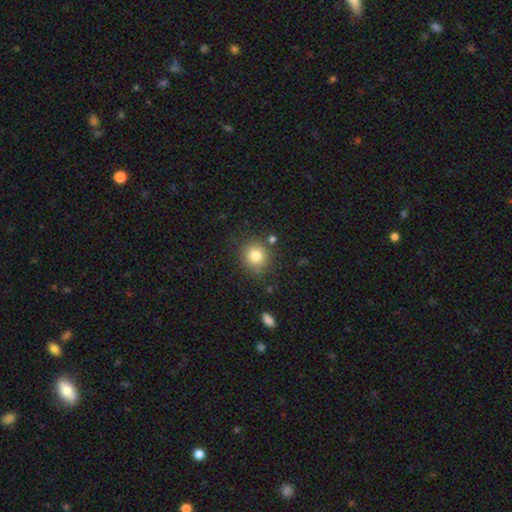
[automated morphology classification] The model was most divided on "smooth or featured": smooth: 81%, star or artifact: 11%, featured or disk: 8%. More confident: how rounded — round (91%); merging — none (81%).